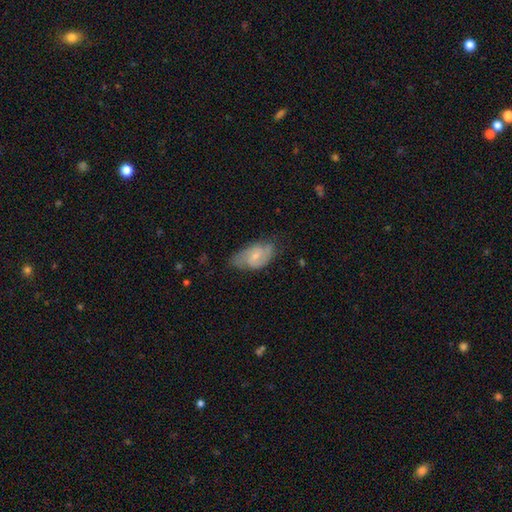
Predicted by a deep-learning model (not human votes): This is likely a featured or disk galaxy (66%). It is clearly not viewed edge-on (96%). Bar: possibly weak (52%). Spiral arm pattern: clearly yes (90%). Spiral arm count: likely 2 (80%). Spiral winding: possibly medium (48%). Central bulge: likely small (61%). Merging: likely none (61%).